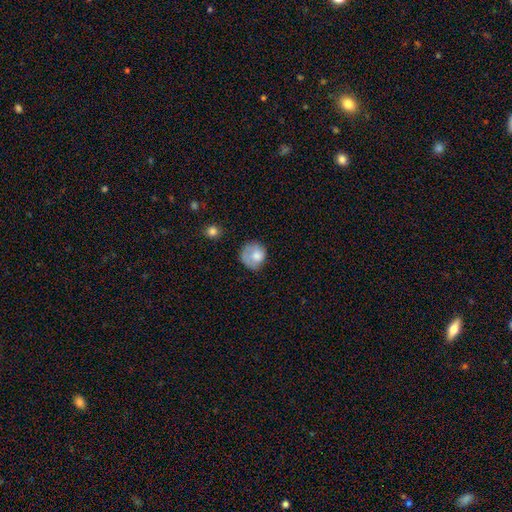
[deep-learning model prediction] The model was most divided on "merging": none: 55%, minor disturbance: 27%, major disturbance: 16%, merger: 2%. More confident: how rounded — round (82%); smooth or featured — smooth (70%).